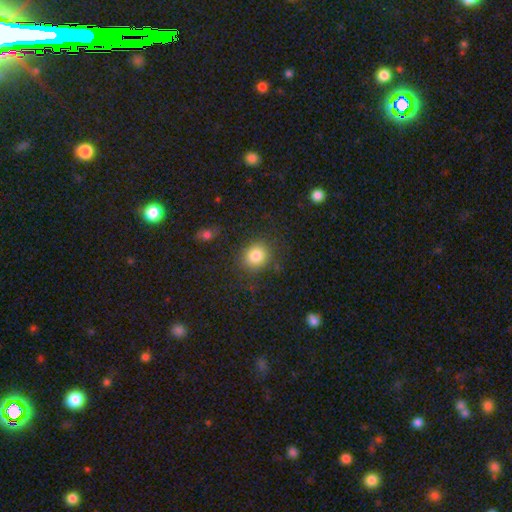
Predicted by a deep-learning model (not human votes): smooth-or-featured: smooth: 83% | star or artifact: 11% | featured or disk: 7%
  how-rounded: round: 79% | in between: 20% | cigar-shaped: 1%
  merging: none: 83% | minor disturbance: 11% | major disturbance: 4% | merger: 2%